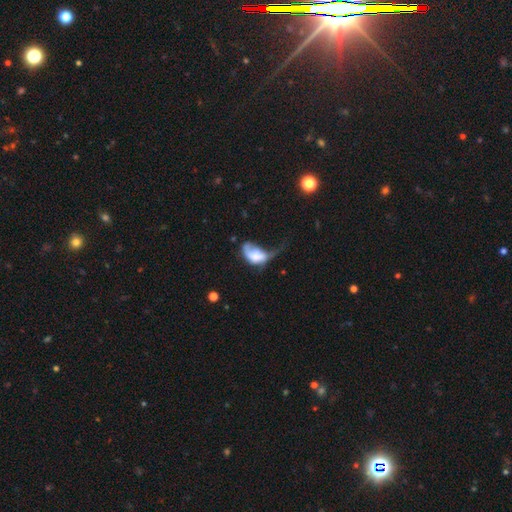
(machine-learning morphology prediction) This is possibly a smooth galaxy (59%). How rounded: clearly in between (88%). Merging: possibly major disturbance (60%).